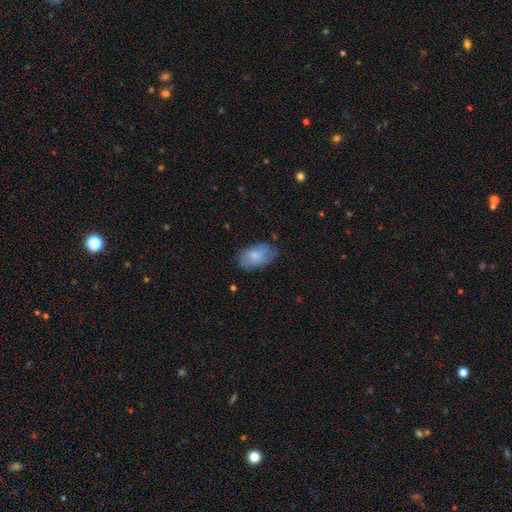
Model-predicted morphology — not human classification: Overall: smooth (70%). How rounded: in between (93%). Merging: none (65%; minor disturbance 26%).